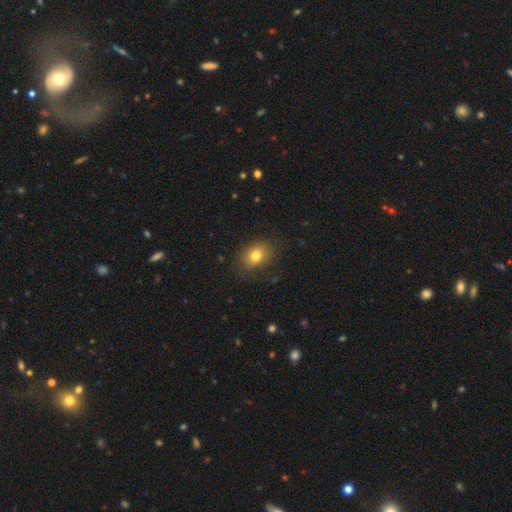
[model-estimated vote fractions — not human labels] A smooth galaxy with no disk features (78%) that is in between round and cigar-shaped (63%). Merging: none (80%).